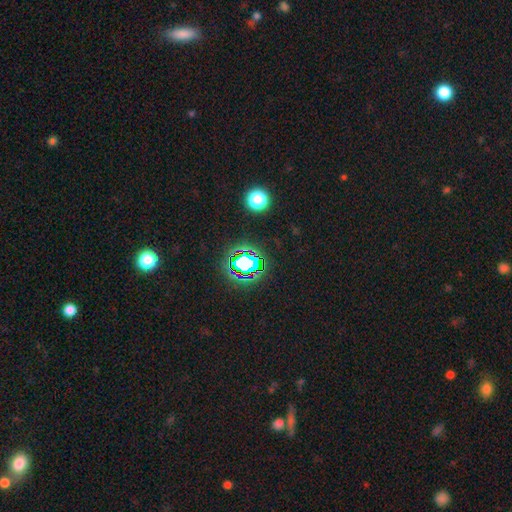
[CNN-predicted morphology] This appears to be a star or artifact, not a galaxy (73%).